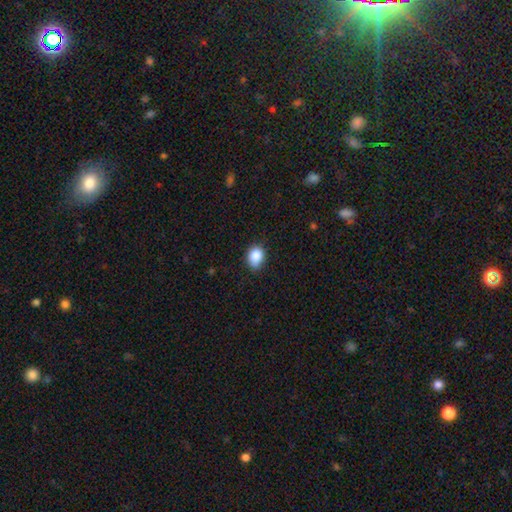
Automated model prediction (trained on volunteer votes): Smooth or featured? Predicted: smooth (p=0.87). How rounded? Predicted: in between (p=0.60). Merging? Predicted: none (p=0.72).